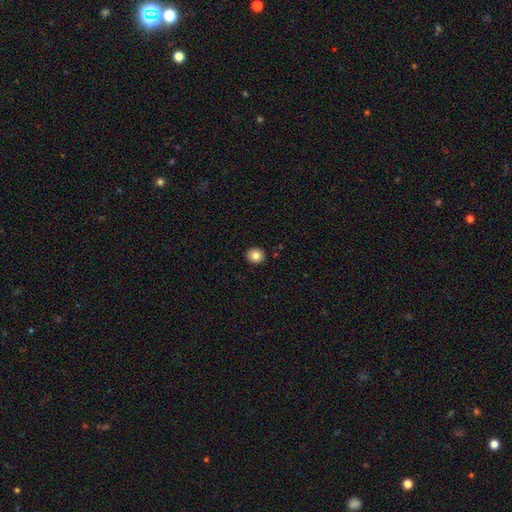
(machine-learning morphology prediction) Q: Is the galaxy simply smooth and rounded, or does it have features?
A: smooth — 84%.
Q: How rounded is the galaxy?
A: round — 87%.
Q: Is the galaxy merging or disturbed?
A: none — 92%.